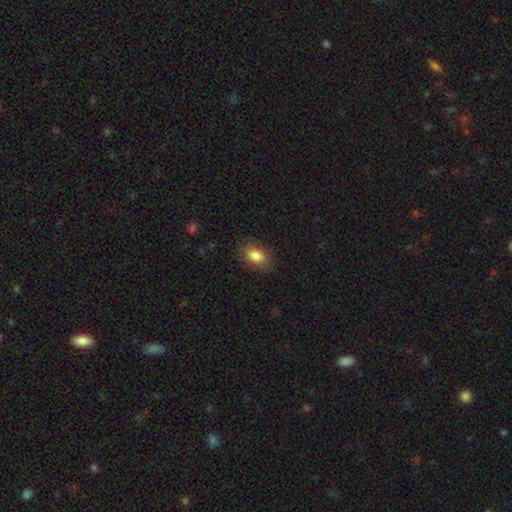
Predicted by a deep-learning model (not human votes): Smooth or featured: smooth — 84% (star or artifact — 8%)
How rounded: in between — 84% (round — 14%)
Merging: none — 85% (minor disturbance — 11%)